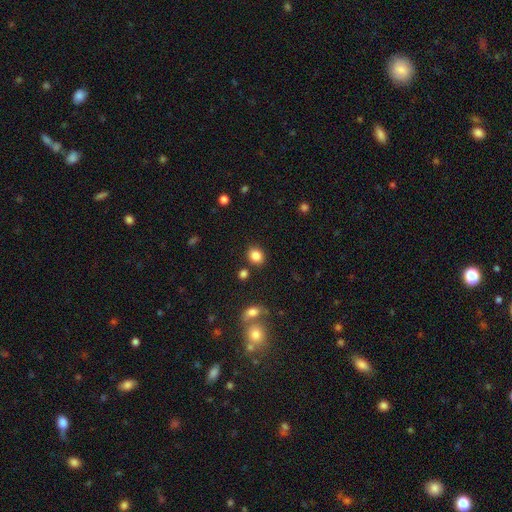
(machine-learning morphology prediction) This appears to be a smooth galaxy with no disk features (85%) that is round (60%). Merging: none (83%).